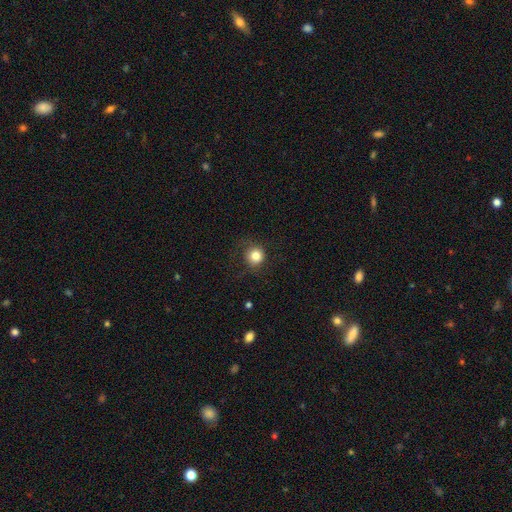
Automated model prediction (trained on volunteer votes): Overall: smooth (82%). How rounded: round (92%). Merging: none (80%).